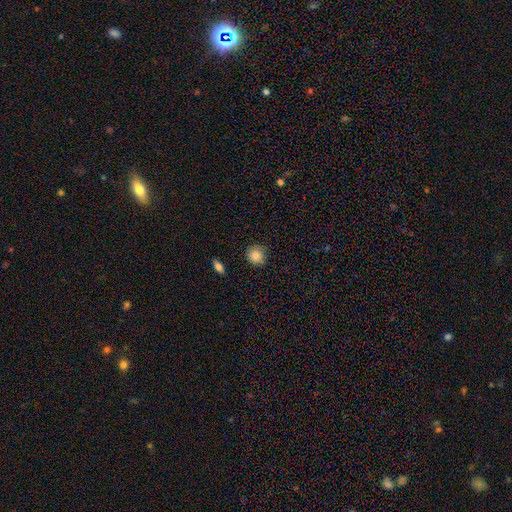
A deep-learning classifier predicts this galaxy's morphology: smooth_or_featured: smooth (p=0.85) [alt: star or artifact p=0.09]
how_rounded: round (p=0.90) [alt: in between p=0.09]
merging: none (p=0.83) [alt: minor disturbance p=0.13]